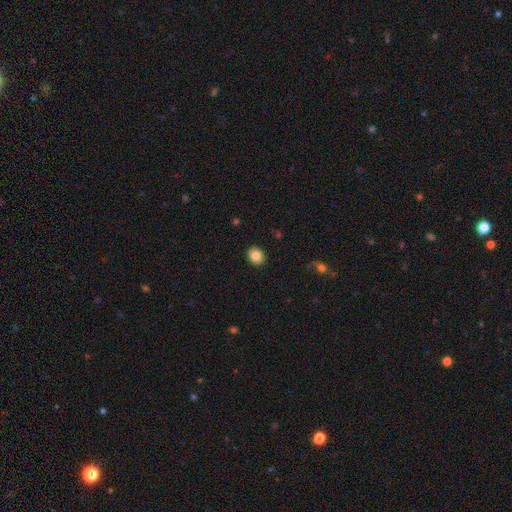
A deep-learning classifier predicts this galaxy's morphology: Smooth or featured? Predicted: smooth (p=0.85). How rounded? Predicted: round (p=0.64). Merging? Predicted: none (p=0.91).